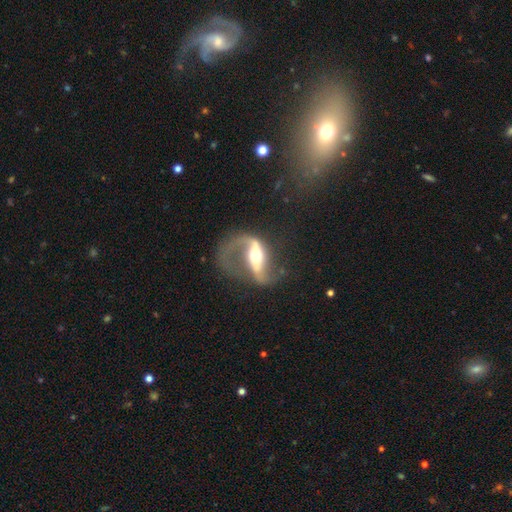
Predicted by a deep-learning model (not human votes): This appears to be a featured or disk galaxy (86%) with a strong bar (55%), 2 (76%) loose (65%) spiral arms (92%) and a moderate central bulge (63%). Merging: none (51%).